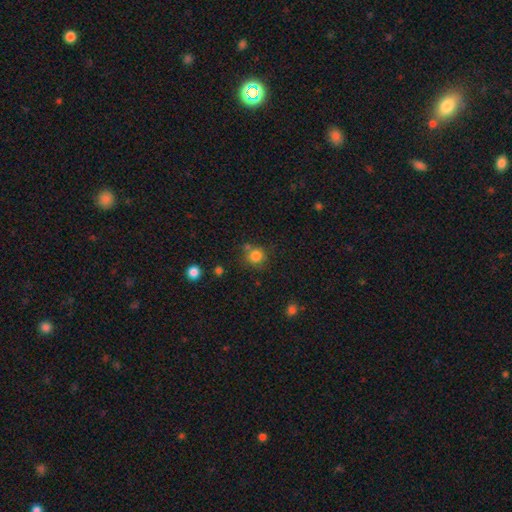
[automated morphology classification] This is clearly a smooth galaxy (82%). How rounded: clearly round (89%). Merging: likely none (69%).